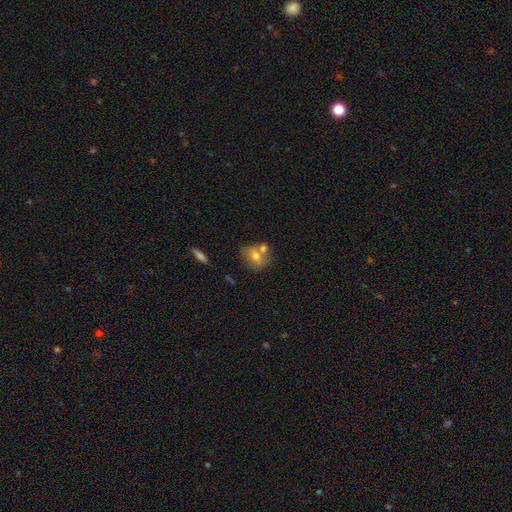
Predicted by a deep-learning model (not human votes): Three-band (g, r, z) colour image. It shows a smooth galaxy with no disk features (68%) that is round (56%). Merging: none (48%).